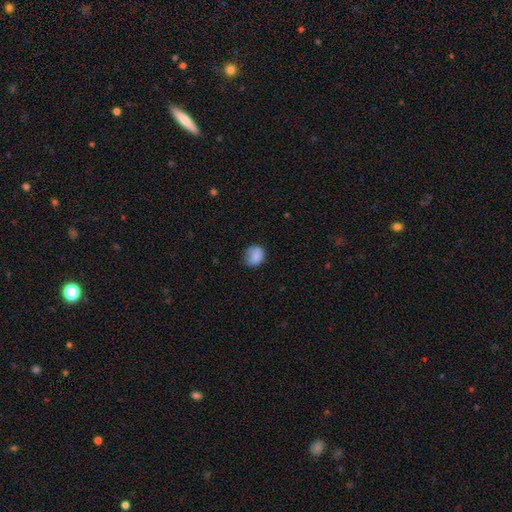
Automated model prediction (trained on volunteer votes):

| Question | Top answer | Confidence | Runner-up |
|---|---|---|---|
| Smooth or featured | smooth | 84% | star or artifact (9%) |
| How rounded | round | 63% | in between (36%) |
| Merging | none | 64% | minor disturbance (27%) |